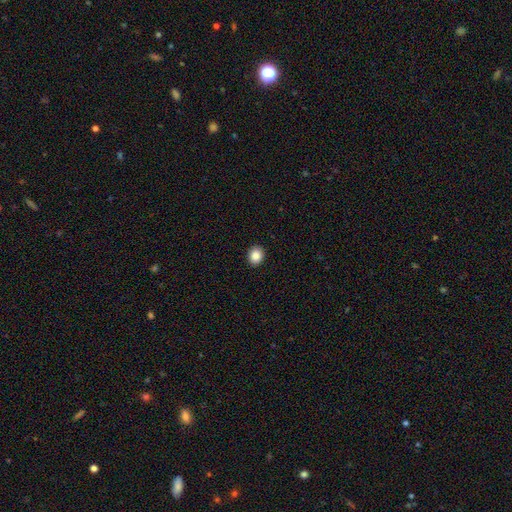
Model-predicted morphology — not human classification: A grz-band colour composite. It shows a smooth galaxy with no disk features (87%) that is round (68%). Merging: none (92%).